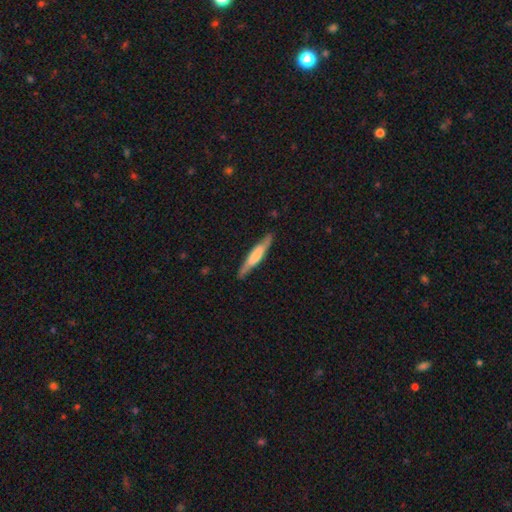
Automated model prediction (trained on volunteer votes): Smooth or featured? Predicted: smooth (p=0.51). How rounded? Predicted: cigar-shaped (p=0.90). Merging? Predicted: none (p=0.83).